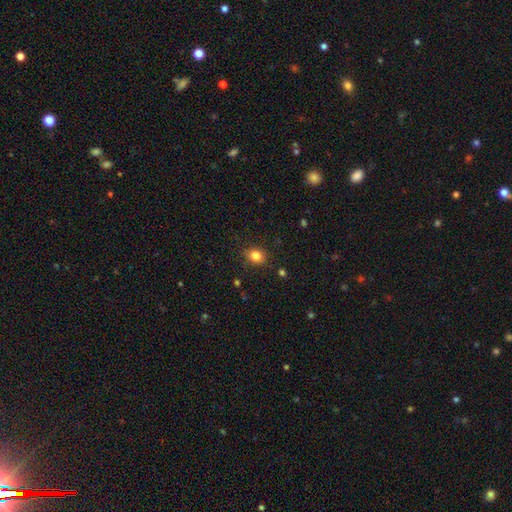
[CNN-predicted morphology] Q: Smooth or featured?
A: smooth (83%); runner-up: star or artifact (11%)
Q: How rounded?
A: round (57%); runner-up: in between (42%)
Q: Merging?
A: none (85%); runner-up: minor disturbance (11%)